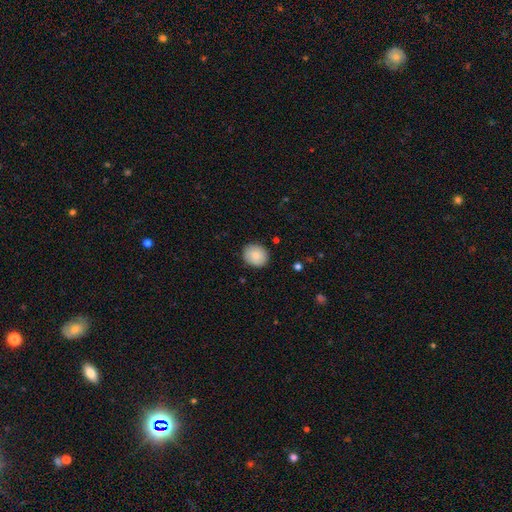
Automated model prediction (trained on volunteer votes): Overall: smooth (86%). How rounded: round (72%). Merging: none (88%).